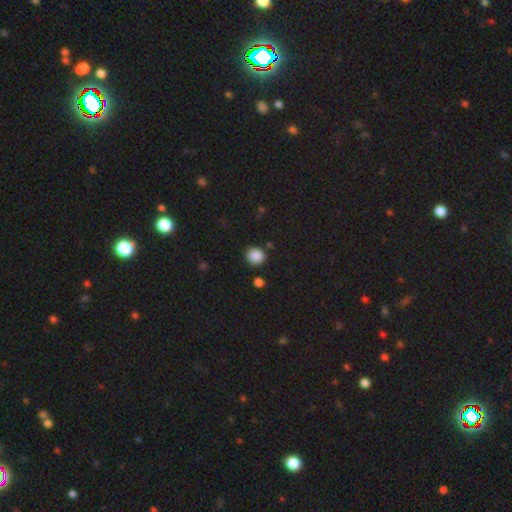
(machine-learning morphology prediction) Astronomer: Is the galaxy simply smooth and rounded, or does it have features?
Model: smooth — 87%.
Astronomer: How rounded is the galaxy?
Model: round — 85%.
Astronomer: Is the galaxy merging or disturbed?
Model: none — 85%.